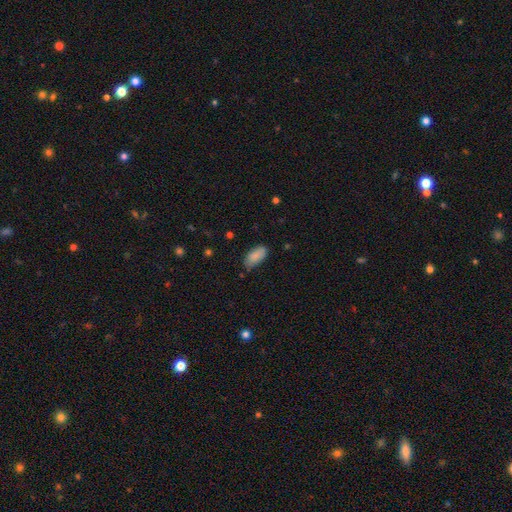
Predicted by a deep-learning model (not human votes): Smooth or featured?
  - smooth: 87% *
  - star or artifact: 7%
  - featured or disk: 6%
How rounded?
  - in between: 93% *
  - cigar-shaped: 5%
  - round: 2%
Merging?
  - none: 72% *
  - minor disturbance: 22%
  - major disturbance: 4%
  - merger: 2%